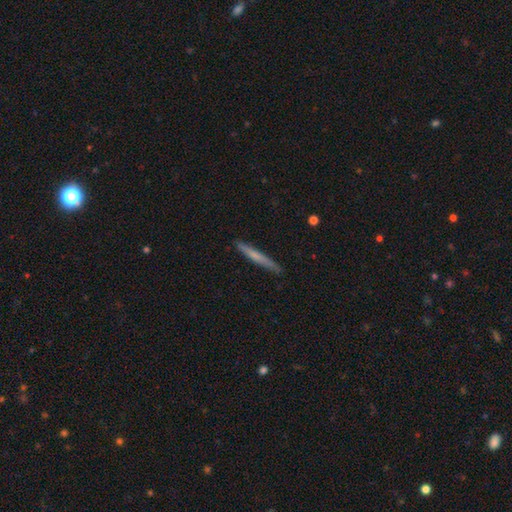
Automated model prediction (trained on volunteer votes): This is possibly a smooth galaxy (57%). How rounded: clearly cigar-shaped (96%). Merging: clearly none (89%).